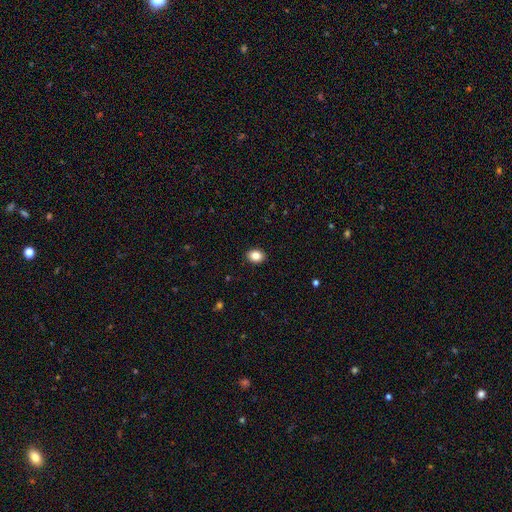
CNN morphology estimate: Smooth or featured? smooth (86%)
How rounded? in between (64%)
Merging? none (91%)